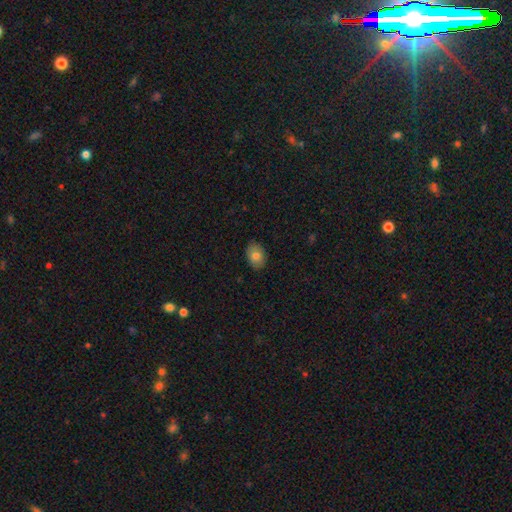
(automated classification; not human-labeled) This appears to be a smooth galaxy with no disk features (80%) that is in between round and cigar-shaped (80%). Merging: none (87%).